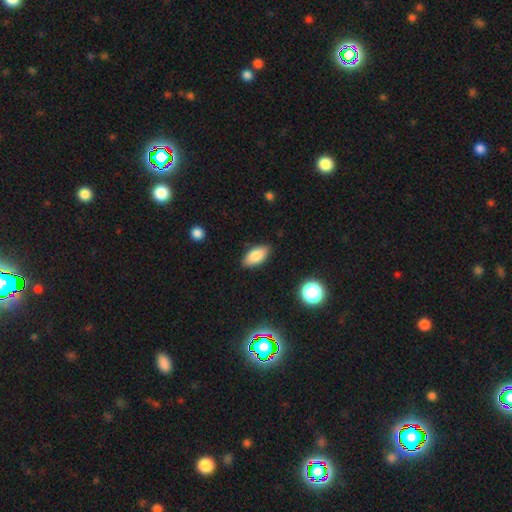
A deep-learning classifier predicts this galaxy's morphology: The model was most divided on "smooth or featured": smooth: 82%, featured or disk: 10%, star or artifact: 8%. More confident: how rounded — in between (89%); merging — none (86%).